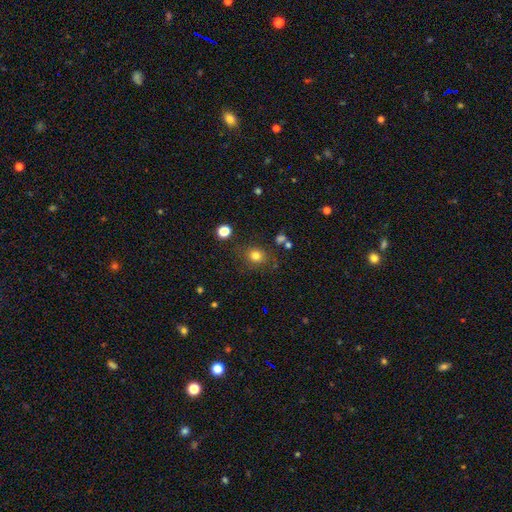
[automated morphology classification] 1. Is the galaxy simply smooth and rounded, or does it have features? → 79% smooth, 14% star or artifact, 7% featured or disk.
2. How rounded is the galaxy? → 74% round, 25% in between, 1% cigar-shaped.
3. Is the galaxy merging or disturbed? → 79% none, 13% minor disturbance, 5% major disturbance, 3% merger.